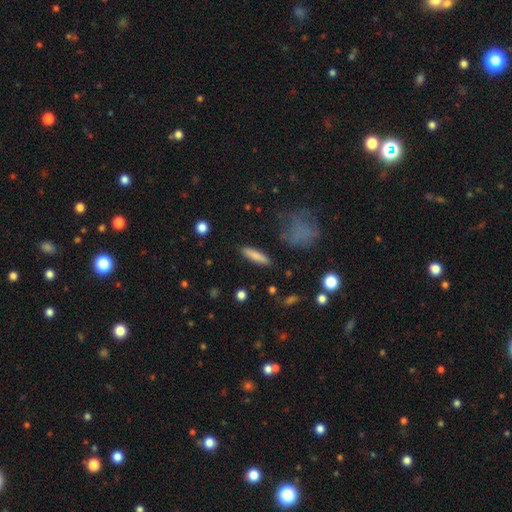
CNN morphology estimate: smooth-or-featured: smooth: 80% | featured or disk: 13% | star or artifact: 7%
  how-rounded: cigar-shaped: 76% | in between: 21% | round: 2%
  merging: none: 87% | minor disturbance: 8% | major disturbance: 2% | merger: 2%